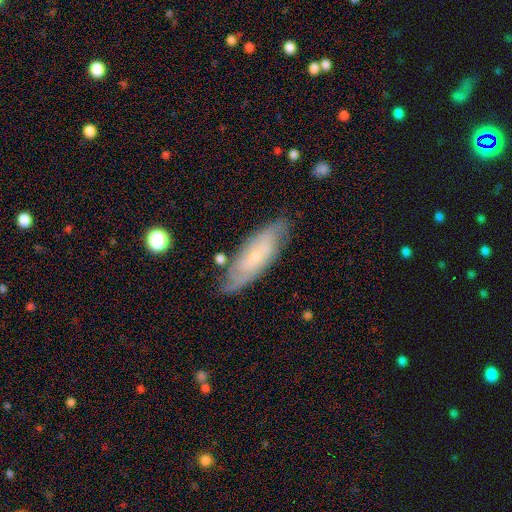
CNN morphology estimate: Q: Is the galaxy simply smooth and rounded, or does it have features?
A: featured or disk — 60%.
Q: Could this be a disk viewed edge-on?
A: no — 81%.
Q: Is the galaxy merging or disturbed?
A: none — 74%.